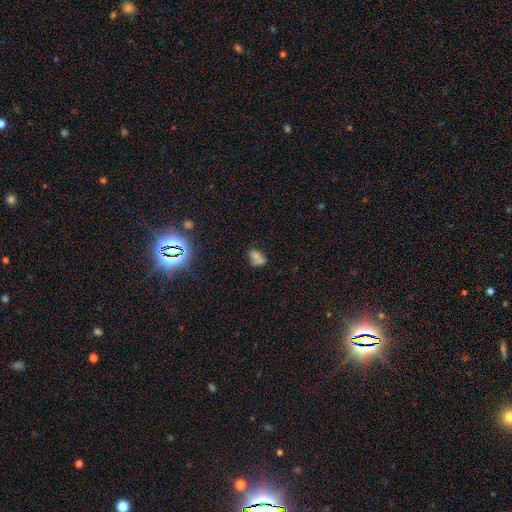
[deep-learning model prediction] Overall: smooth (53%; star or artifact 26%). How rounded: in between (74%). Merging: merger (40%; none 37%).